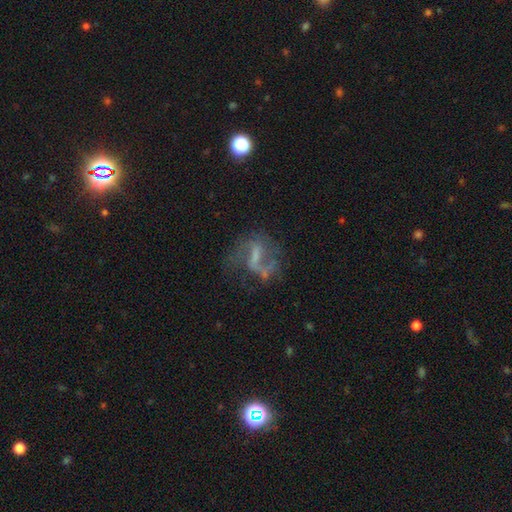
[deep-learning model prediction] featured or disk 70%, smooth 16%, star or artifact 14%. Down the decision tree: edge-on disk — no (95%); bar — weak (41%); spiral arms — yes (75%); spiral arm count — 2 (71%); spiral winding — loose (54%); bulge size — none (49%); merging — none (50%).